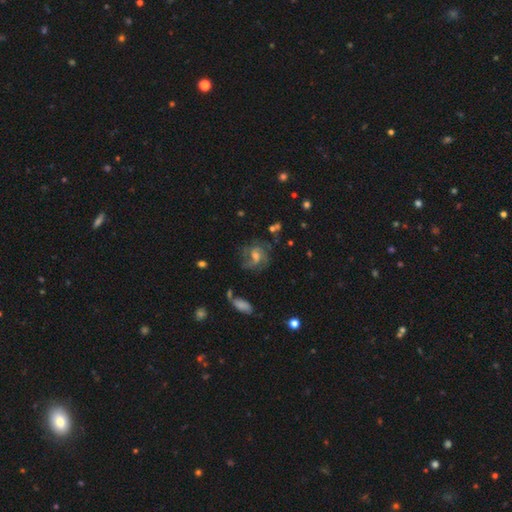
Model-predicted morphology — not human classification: smooth-or-featured: featured or disk: 71% | smooth: 19% | star or artifact: 10%
  disk-edge-on: no: 97% | yes: 3%
    bar: weak: 46% | no: 44% | strong: 10%
    has-spiral-arms: yes: 87% | no: 13%
      spiral-winding: medium: 47% | tight: 29% | loose: 24%
      spiral-arm-count: 2: 36% | can't tell: 29% | 3: 19% | 1: 7% | 4: 5% | more than 4: 4%
    bulge-size: moderate: 52% | small: 32% | large: 8% | none: 6% | dominant: 1%
  merging: none: 56% | minor disturbance: 21% | major disturbance: 19% | merger: 4%